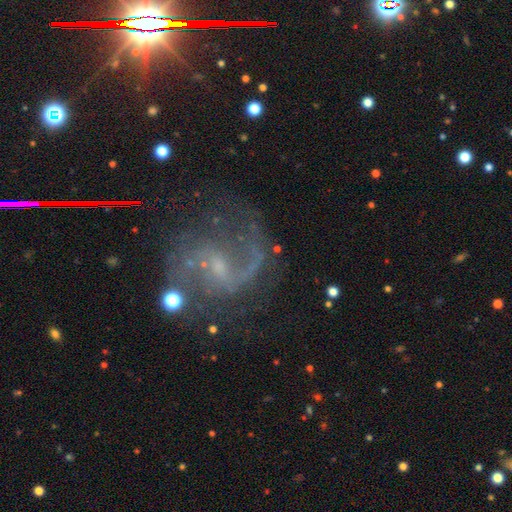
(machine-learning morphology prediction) type=featured or disk (86%); edge-on=no (98%); bar=weak (56%); spiral arms=yes (95%); winding=loose (50%); arm count=2 (83%); bulge=small (60%); merging=none (64%).